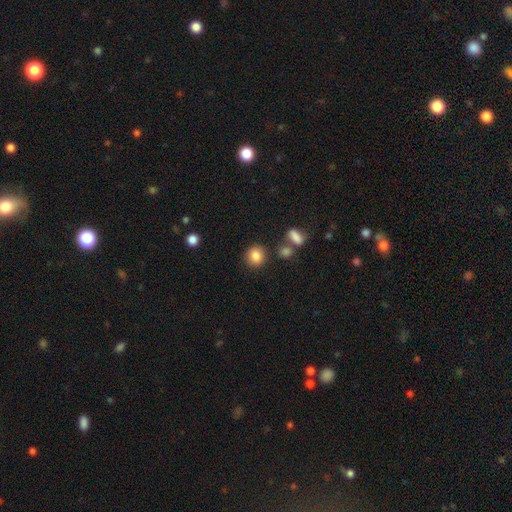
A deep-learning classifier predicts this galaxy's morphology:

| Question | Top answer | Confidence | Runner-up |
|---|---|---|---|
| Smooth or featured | smooth | 85% | star or artifact (9%) |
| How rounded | round | 82% | in between (17%) |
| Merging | none | 82% | minor disturbance (9%) |